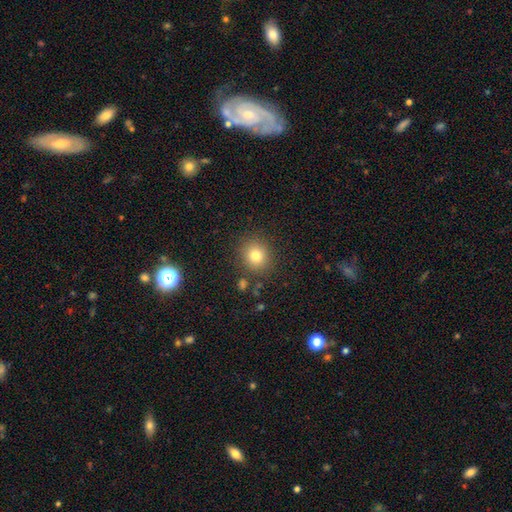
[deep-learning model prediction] smooth 80%, star or artifact 13%, featured or disk 8%. Down the decision tree: how rounded — round (83%); merging — none (86%).